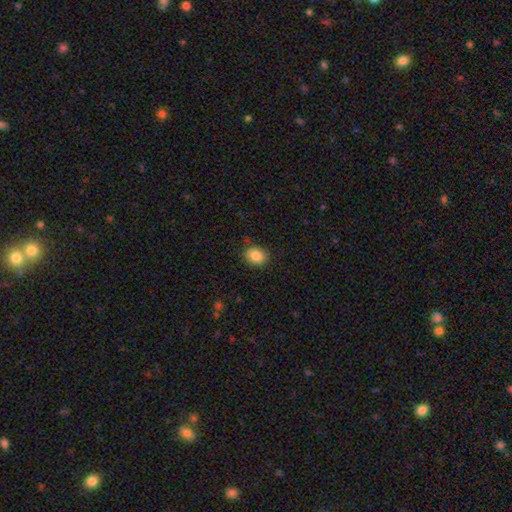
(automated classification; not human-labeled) This is clearly a smooth galaxy (86%). How rounded: likely in between (61%). Merging: clearly none (85%).